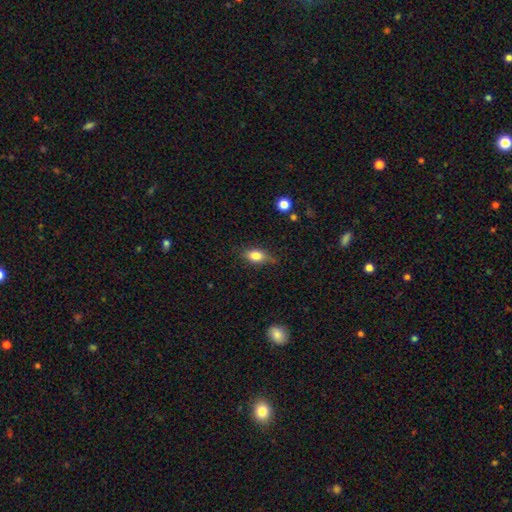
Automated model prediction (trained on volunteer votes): smooth 80%, featured or disk 12%, star or artifact 8%. Down the decision tree: how rounded — in between (83%); merging — none (75%).